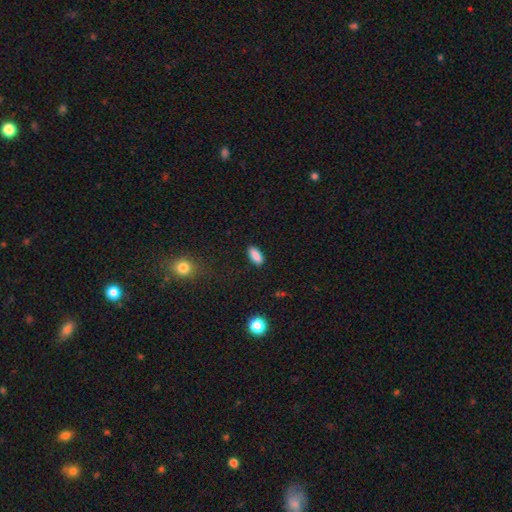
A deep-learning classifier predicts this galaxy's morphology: A smooth galaxy with no disk features (88%) that is in between round and cigar-shaped (85%).

Vote fractions:
- Smooth or featured? smooth: 88% / star or artifact: 8% / featured or disk: 4%
- How rounded? in between: 85% / cigar-shaped: 13% / round: 3%
- Merging? none: 88% / minor disturbance: 8% / major disturbance: 2% / merger: 1%